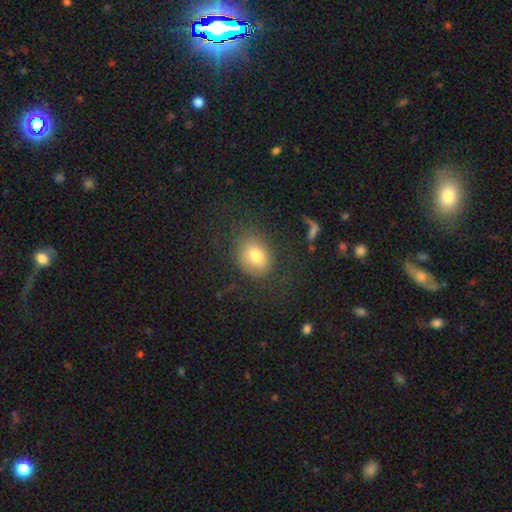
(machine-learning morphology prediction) This appears to be a smooth galaxy with no disk features (77%) that is in between round and cigar-shaped (54%). Merging: none (69%).